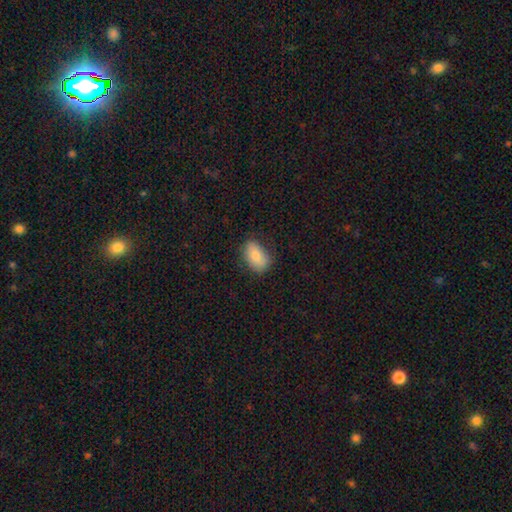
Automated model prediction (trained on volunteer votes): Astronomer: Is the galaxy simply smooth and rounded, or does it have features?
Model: smooth — 78%.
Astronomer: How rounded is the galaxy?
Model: in between — 86%.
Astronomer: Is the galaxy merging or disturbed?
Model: none — 77%.